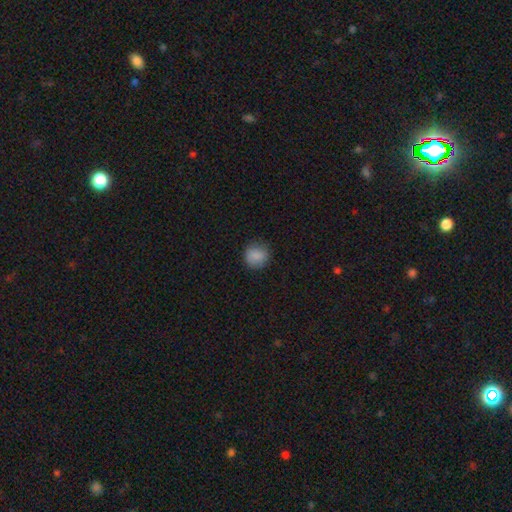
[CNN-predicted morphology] The model was most divided on "merging": none: 84%, minor disturbance: 12%, major disturbance: 3%, merger: 1%. More confident: how rounded — round (87%); smooth or featured — smooth (86%).